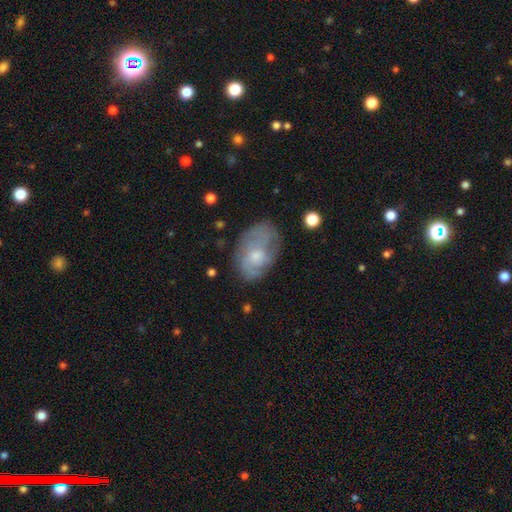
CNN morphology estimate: This appears to be a featured or disk galaxy (54%) with no bar (77%), spiral arms (68%) and a moderate central bulge (48%). Merging: none (60%).